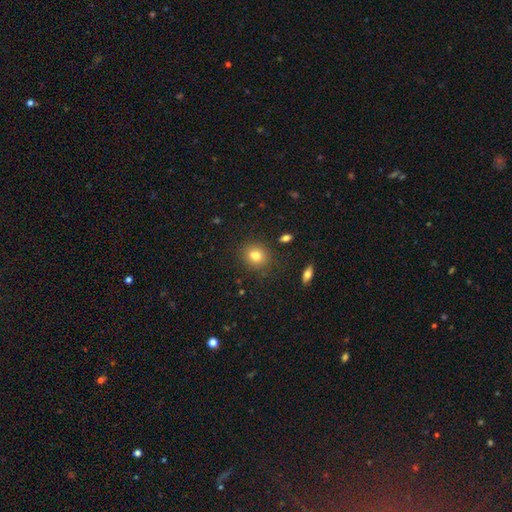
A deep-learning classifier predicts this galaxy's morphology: Q: Smooth or featured?
A: smooth (81%); runner-up: star or artifact (11%)
Q: How rounded?
A: round (78%); runner-up: in between (21%)
Q: Merging?
A: none (85%); runner-up: minor disturbance (9%)